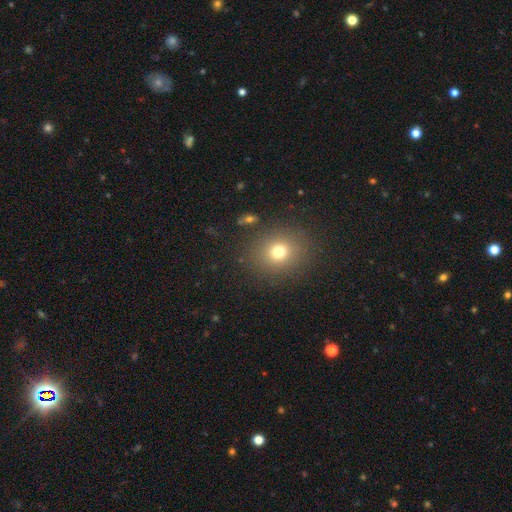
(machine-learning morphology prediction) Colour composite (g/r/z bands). It shows a smooth galaxy with no disk features (65%) that is round (77%). Merging: none (89%).